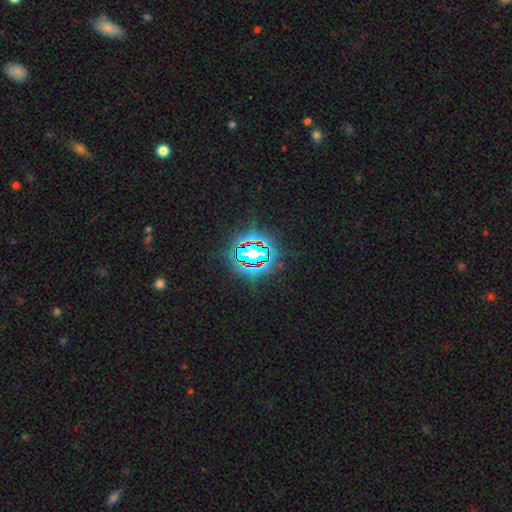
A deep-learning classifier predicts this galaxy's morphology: This appears to be a star or artifact, not a galaxy (77%).